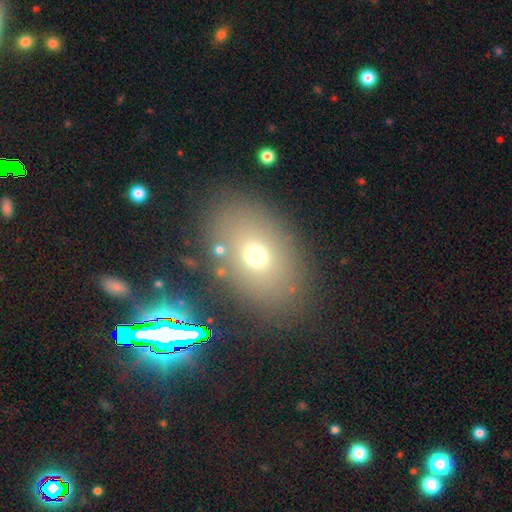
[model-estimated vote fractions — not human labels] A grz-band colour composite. It shows a smooth galaxy with no disk features (67%) that is in between round and cigar-shaped (70%). Merging: none (78%).